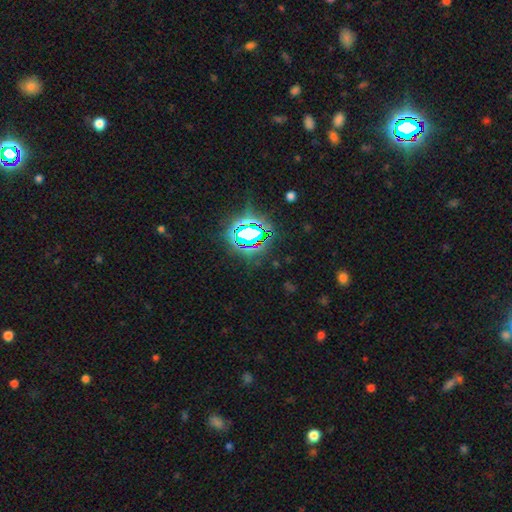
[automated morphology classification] A star or artifact, not a galaxy (81%).